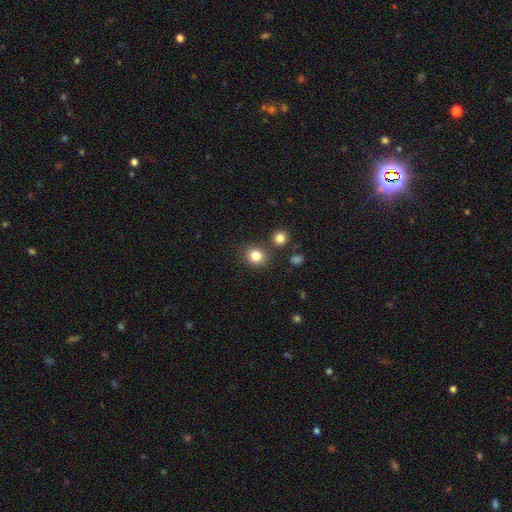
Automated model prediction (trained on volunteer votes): Smooth or featured?
  - smooth: 83% *
  - star or artifact: 11%
  - featured or disk: 6%
How rounded?
  - round: 81% *
  - in between: 18%
  - cigar-shaped: 1%
Merging?
  - none: 83% *
  - minor disturbance: 8%
  - merger: 7%
  - major disturbance: 3%